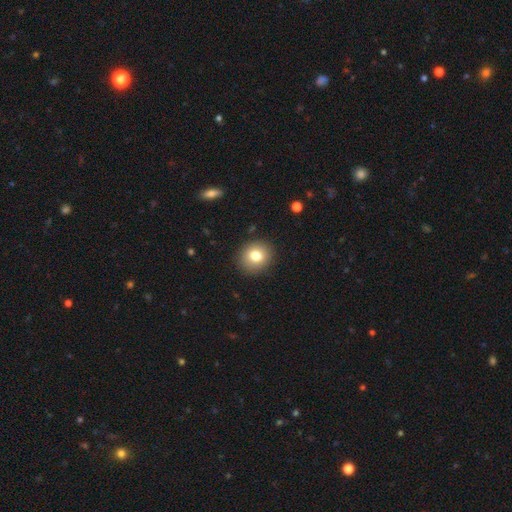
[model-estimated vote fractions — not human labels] Smooth or featured?
  - smooth: 78% *
  - featured or disk: 11%
  - star or artifact: 11%
How rounded?
  - round: 82% *
  - in between: 18%
  - cigar-shaped: 1%
Merging?
  - none: 90% *
  - minor disturbance: 7%
  - major disturbance: 2%
  - merger: 1%